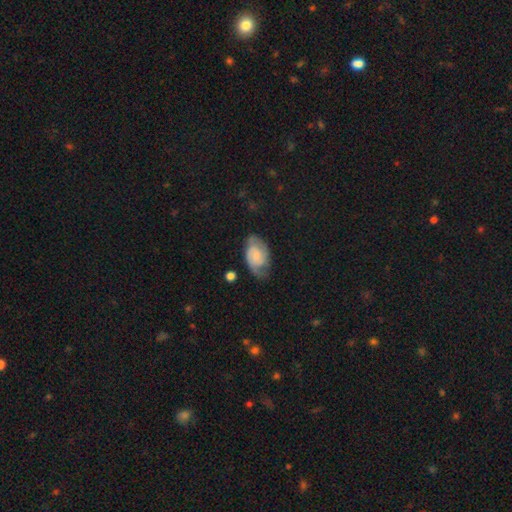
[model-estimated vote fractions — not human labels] featured or disk 64%, smooth 29%, star or artifact 7%. Down the decision tree: edge-on disk — no (96%); bar — no (55%); spiral arms — yes (91%); spiral arm count — 2 (75%); spiral winding — medium (44%); bulge size — small (46%); merging — none (61%).